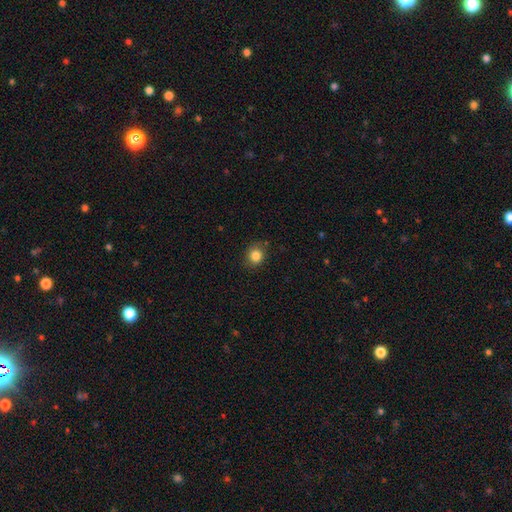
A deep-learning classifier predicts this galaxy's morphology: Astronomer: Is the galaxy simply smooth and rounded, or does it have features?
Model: smooth — 83%.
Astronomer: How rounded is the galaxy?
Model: round — 79%.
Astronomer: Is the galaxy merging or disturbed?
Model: none — 83%.